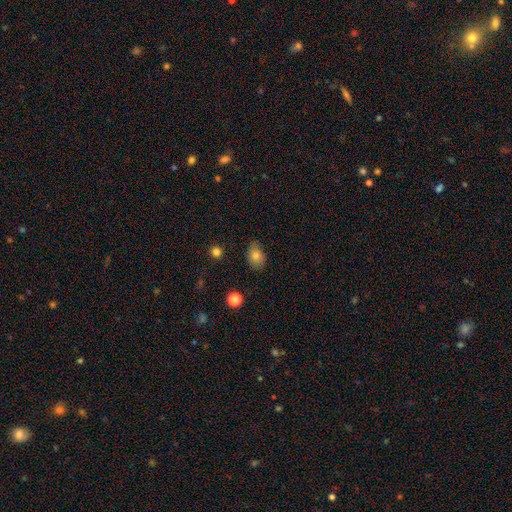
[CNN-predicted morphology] Smooth or featured?
  - smooth: 80% *
  - featured or disk: 10%
  - star or artifact: 10%
How rounded?
  - in between: 77% *
  - round: 22%
  - cigar-shaped: 1%
Merging?
  - none: 77% *
  - minor disturbance: 18%
  - major disturbance: 3%
  - merger: 1%